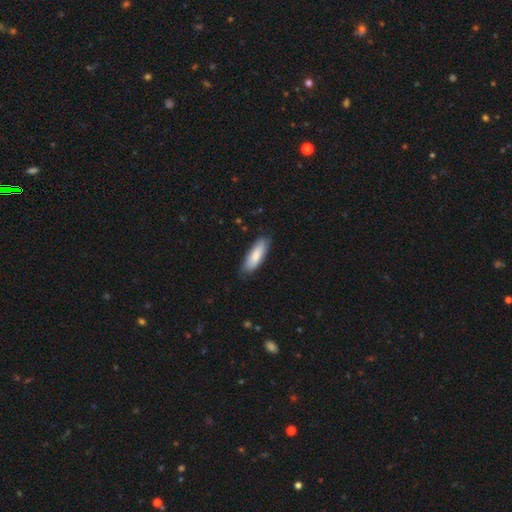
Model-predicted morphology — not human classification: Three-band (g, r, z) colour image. It shows a smooth galaxy with no disk features (80%) that is in between round and cigar-shaped (58%). Merging: none (78%).